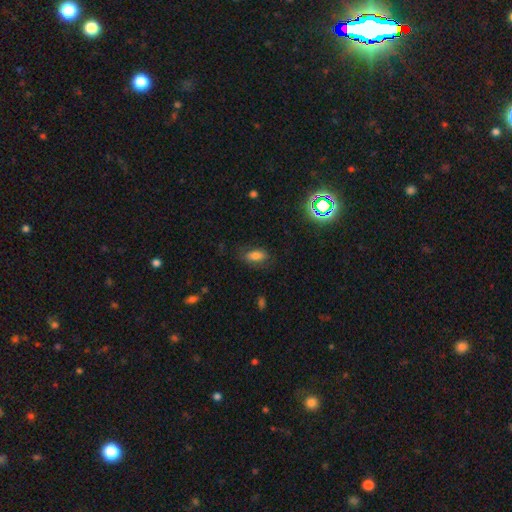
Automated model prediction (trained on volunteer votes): smooth-or-featured: smooth: 73% | featured or disk: 14% | star or artifact: 14%
  how-rounded: in between: 86% | cigar-shaped: 8% | round: 5%
  merging: none: 74% | minor disturbance: 17% | major disturbance: 7% | merger: 1%